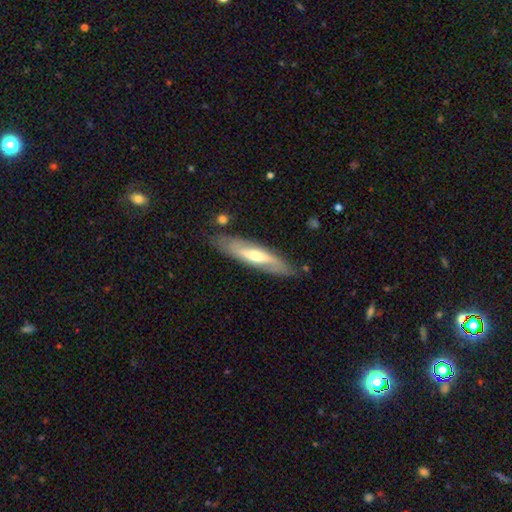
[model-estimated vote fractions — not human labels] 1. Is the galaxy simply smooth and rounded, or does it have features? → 60% featured or disk, 35% smooth, 5% star or artifact.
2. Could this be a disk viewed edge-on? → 54% no, 46% yes.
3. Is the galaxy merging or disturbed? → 81% none, 14% minor disturbance, 3% major disturbance, 2% merger.